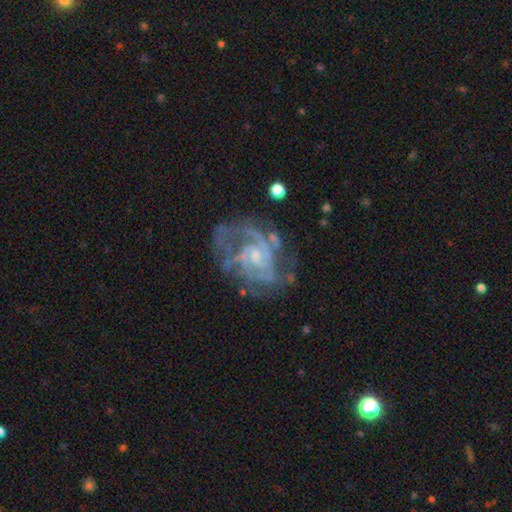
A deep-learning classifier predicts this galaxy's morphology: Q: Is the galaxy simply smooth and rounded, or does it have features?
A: featured or disk — 89%.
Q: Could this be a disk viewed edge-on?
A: no — 98%.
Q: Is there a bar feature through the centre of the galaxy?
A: no — 48%.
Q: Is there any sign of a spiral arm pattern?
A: yes — 96%.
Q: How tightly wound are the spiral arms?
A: tight — 48%.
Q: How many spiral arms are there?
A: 2 — 47%.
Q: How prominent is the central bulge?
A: small — 60%.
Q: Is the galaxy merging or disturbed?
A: none — 60%.